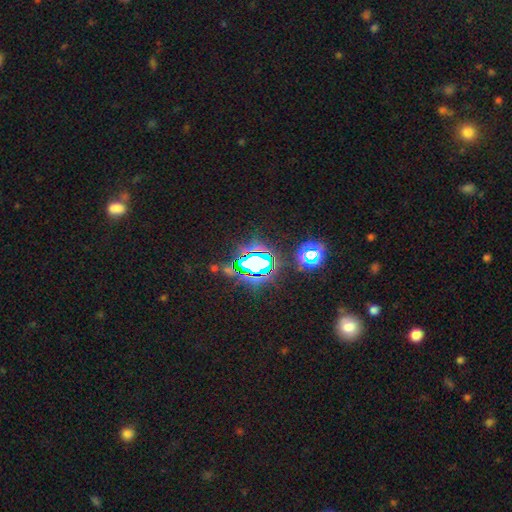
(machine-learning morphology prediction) This is likely a star or artifact rather than a galaxy (71%).